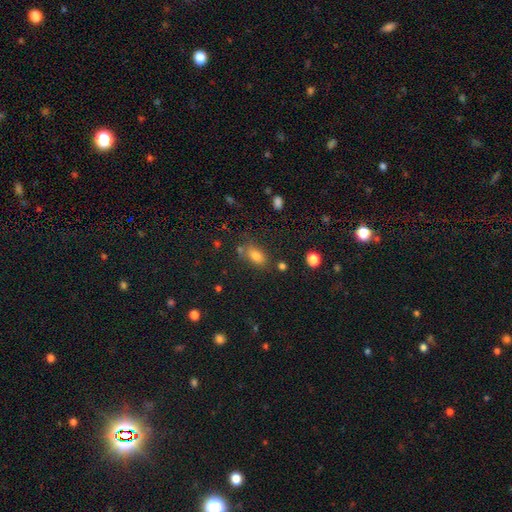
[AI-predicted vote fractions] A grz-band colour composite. It shows a smooth galaxy with no disk features (78%) that is in between round and cigar-shaped (84%). Merging: none (67%).